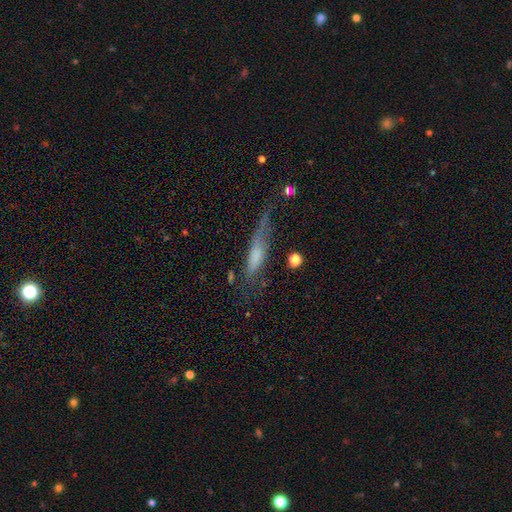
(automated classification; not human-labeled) Smooth or featured: smooth — 45% (featured or disk — 44%)
Merging: none — 42% (minor disturbance — 29%)